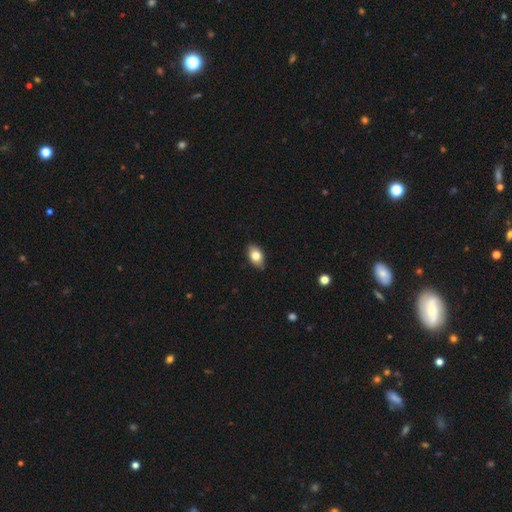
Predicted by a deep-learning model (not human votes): The model was most divided on "smooth or featured": smooth: 79%, featured or disk: 13%, star or artifact: 8%. More confident: how rounded — in between (87%); merging — none (84%).